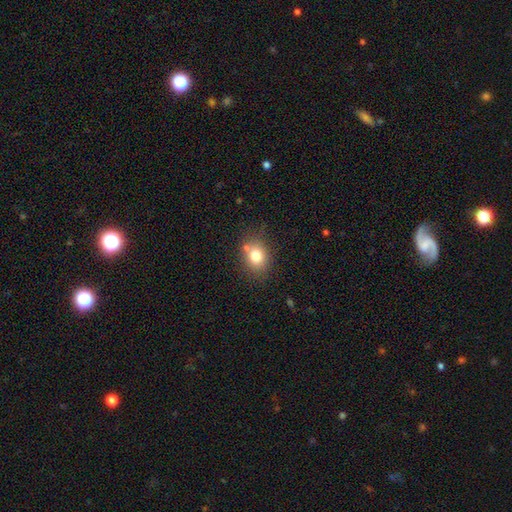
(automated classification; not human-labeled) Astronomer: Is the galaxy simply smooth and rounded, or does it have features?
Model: smooth — 77%.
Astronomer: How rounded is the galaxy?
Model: round — 54% (runner-up: in between, 46%).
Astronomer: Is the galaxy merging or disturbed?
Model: none — 71%.